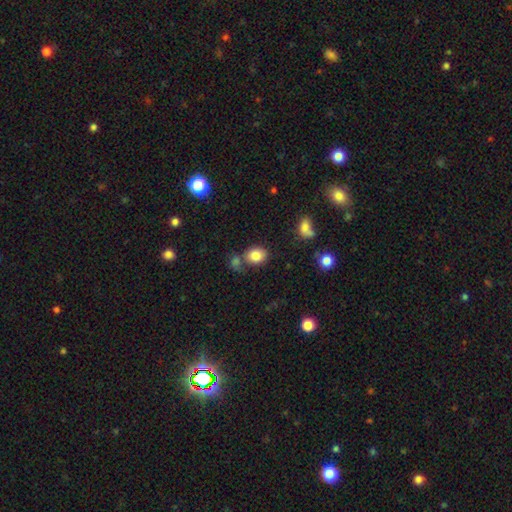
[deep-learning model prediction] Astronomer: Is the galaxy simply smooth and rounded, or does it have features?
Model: smooth — 83%.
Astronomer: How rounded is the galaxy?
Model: in between — 57% (runner-up: round, 42%).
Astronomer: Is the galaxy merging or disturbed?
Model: none — 65%.